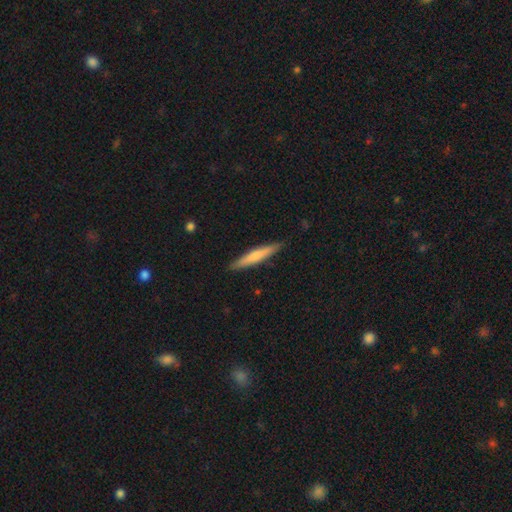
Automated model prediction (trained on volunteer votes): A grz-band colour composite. It shows a smooth galaxy with no disk features (65%) that is cigar-shaped (94%). Merging: none (90%).